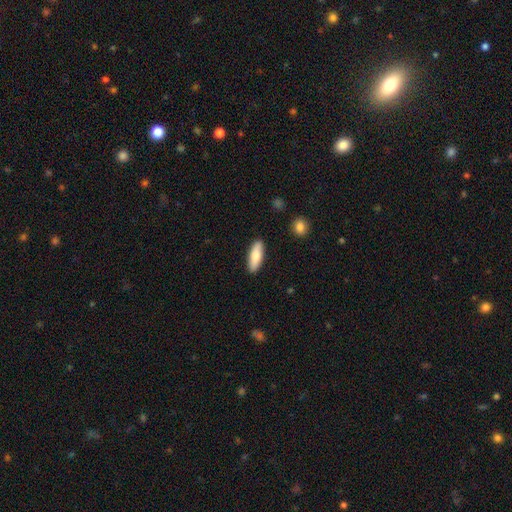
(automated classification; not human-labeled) This appears to be a smooth galaxy with no disk features (75%) that is in between round and cigar-shaped (56%). Merging: none (89%).